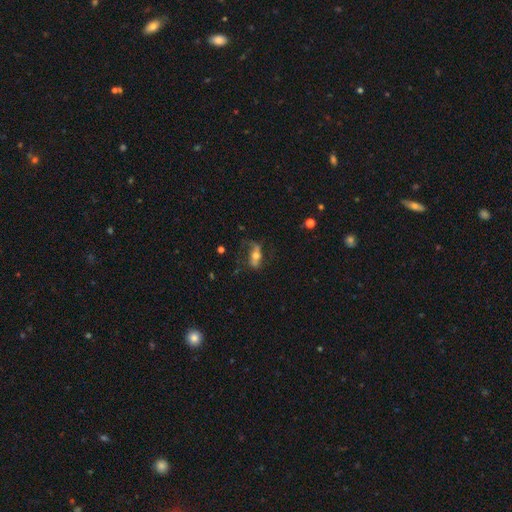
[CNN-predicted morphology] This is possibly a featured or disk galaxy (54%). It is likely not viewed edge-on (78%). Merging: possibly none (50%).